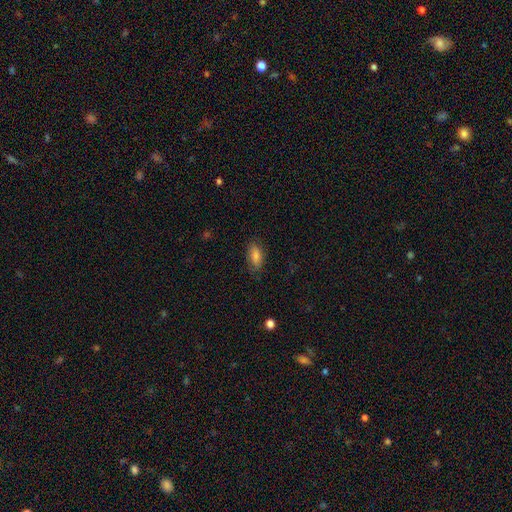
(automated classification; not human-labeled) This appears to be a smooth galaxy with no disk features (79%) that is in between round and cigar-shaped (86%). Merging: none (79%).